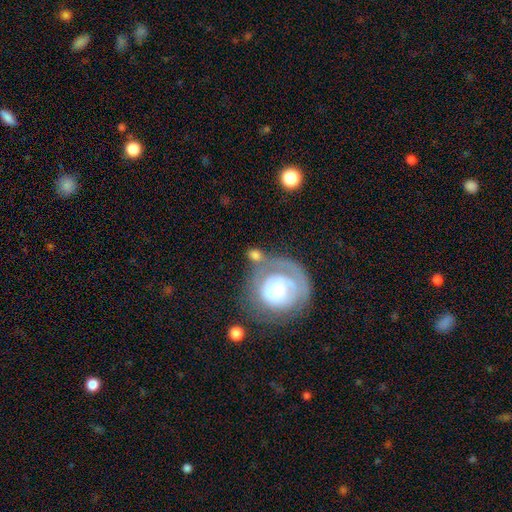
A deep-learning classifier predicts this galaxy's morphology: This appears to be a smooth galaxy with no disk features (54%) that is round (66%). Merging: none (44%).